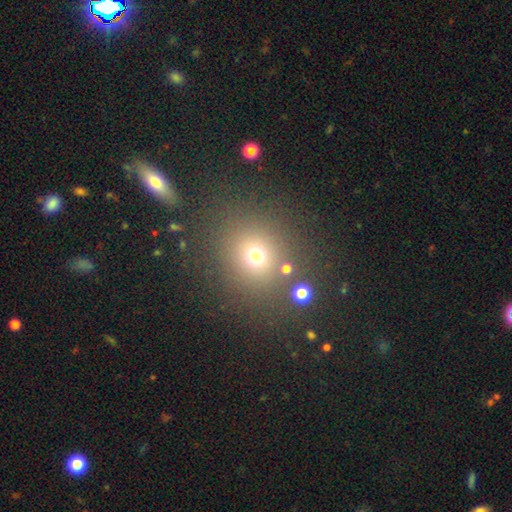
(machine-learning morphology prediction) smooth_or_featured: smooth (p=0.69) [alt: star or artifact p=0.22]
how_rounded: round (p=0.85) [alt: in between p=0.14]
merging: none (p=0.80) [alt: minor disturbance p=0.09]